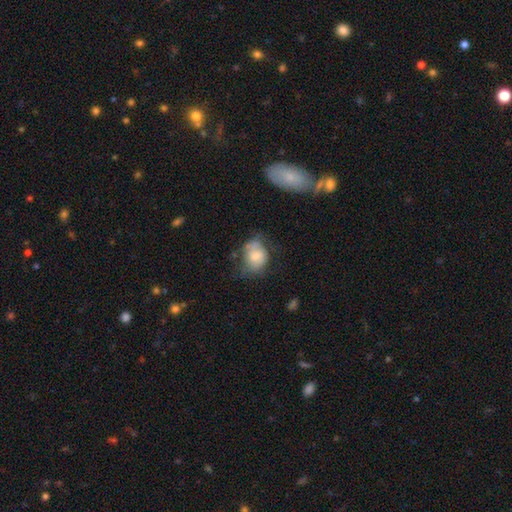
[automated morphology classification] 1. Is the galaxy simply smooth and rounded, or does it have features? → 63% smooth, 29% featured or disk, 8% star or artifact.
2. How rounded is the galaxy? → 56% in between, 43% round, 1% cigar-shaped.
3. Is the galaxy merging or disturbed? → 40% none, 34% minor disturbance, 22% major disturbance, 5% merger.